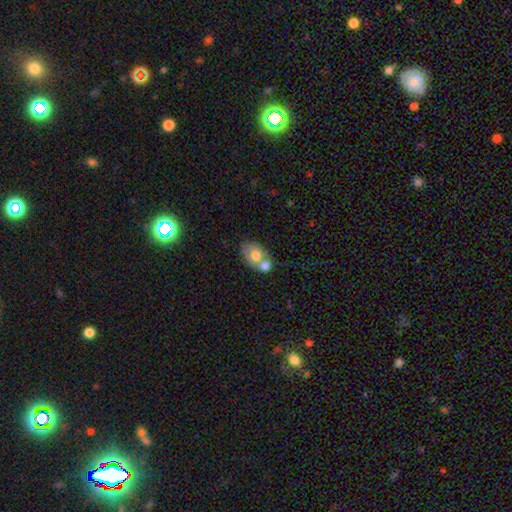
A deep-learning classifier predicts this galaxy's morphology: Smooth or featured? Predicted: smooth (p=0.66). How rounded? Predicted: in between (p=0.78). Merging? Predicted: merger (p=0.52).